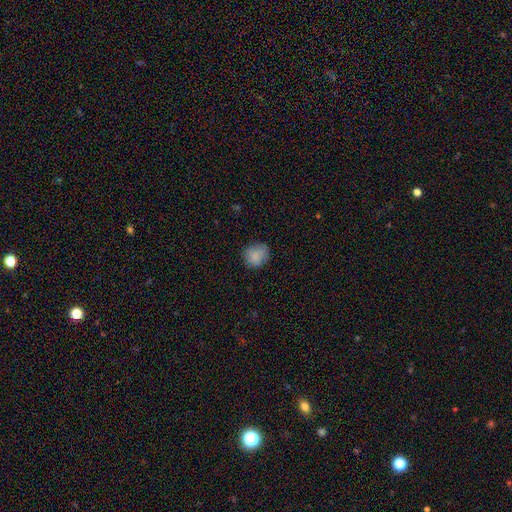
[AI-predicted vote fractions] Smooth or featured: smooth — 85% (star or artifact — 9%)
How rounded: round — 81% (in between — 18%)
Merging: none — 77% (minor disturbance — 18%)